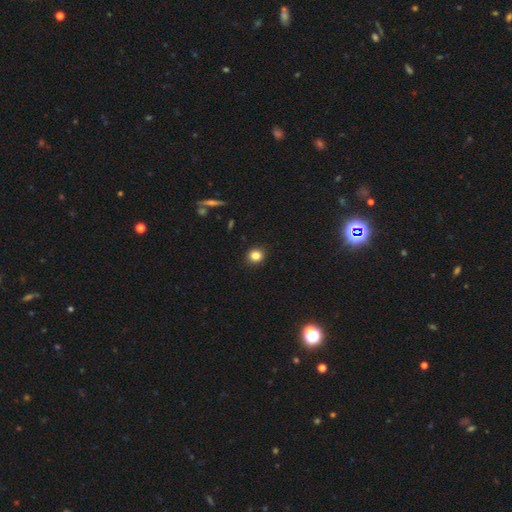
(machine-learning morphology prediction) Smooth or featured: smooth — 83% (star or artifact — 12%)
How rounded: round — 84% (in between — 15%)
Merging: none — 92% (minor disturbance — 6%)